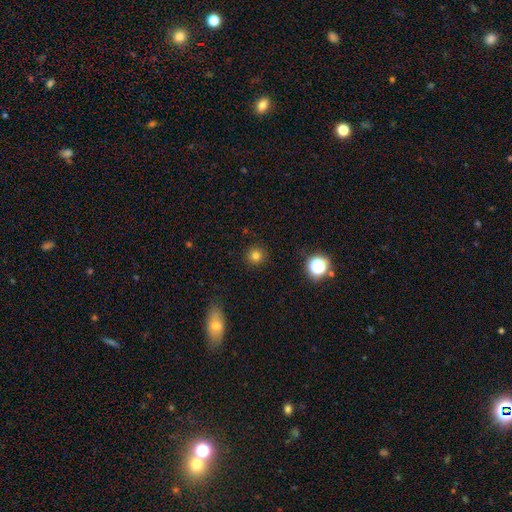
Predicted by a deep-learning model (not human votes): smooth_or_featured: smooth (p=0.78) [alt: star or artifact p=0.16]
how_rounded: round (p=0.94) [alt: in between p=0.05]
merging: none (p=0.91) [alt: minor disturbance p=0.06]